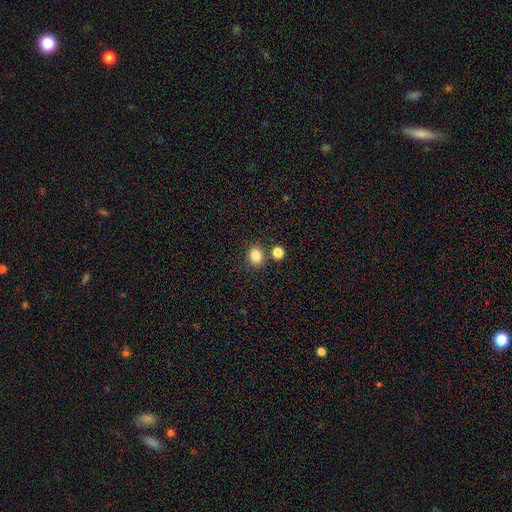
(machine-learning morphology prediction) A smooth galaxy with no disk features (83%) that is round (60%). Merging: none (75%).